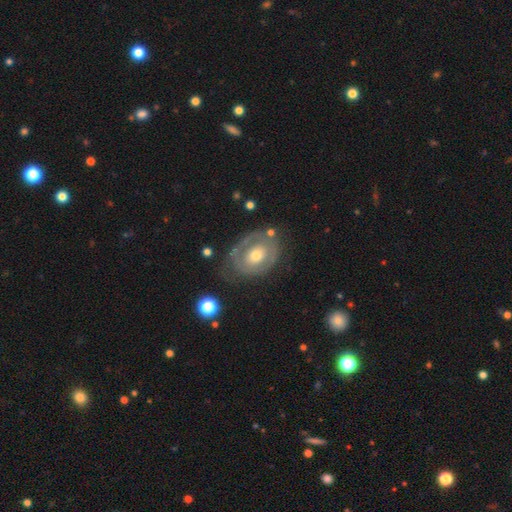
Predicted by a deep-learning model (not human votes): Morphology: type=featured or disk (63%); edge-on=no (95%); bar=no (80%); spiral arms=no (60%); bulge=moderate (65%); merging=none (62%).